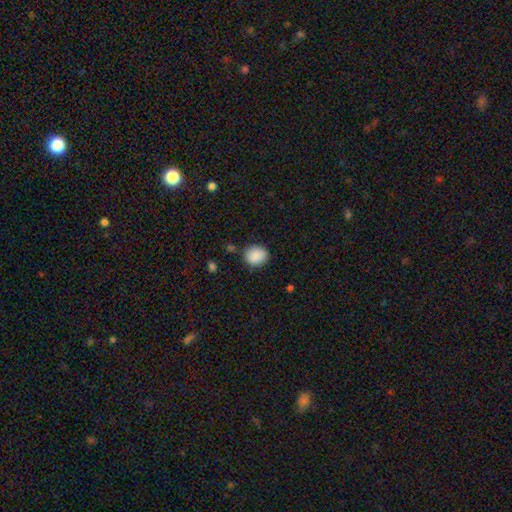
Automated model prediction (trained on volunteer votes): A smooth galaxy with no disk features (88%) that is round (68%). Merging: none (81%).